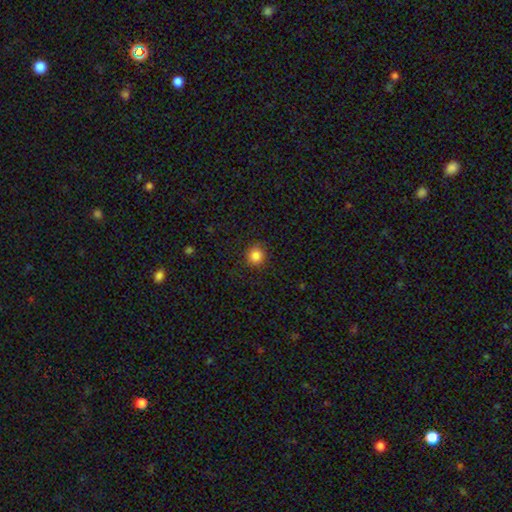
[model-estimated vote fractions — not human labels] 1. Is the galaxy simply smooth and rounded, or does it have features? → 85% smooth, 11% star or artifact, 4% featured or disk.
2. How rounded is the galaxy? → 90% round, 9% in between, 1% cigar-shaped.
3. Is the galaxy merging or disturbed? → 89% none, 8% minor disturbance, 2% major disturbance, 1% merger.